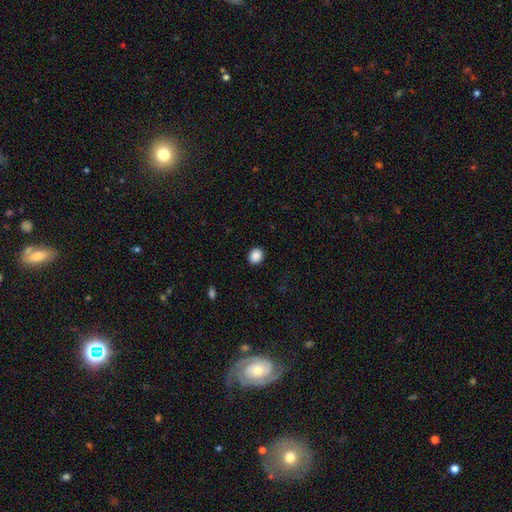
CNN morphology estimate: Q: Smooth or featured?
A: smooth (89%); runner-up: star or artifact (9%)
Q: How rounded?
A: round (68%); runner-up: in between (31%)
Q: Merging?
A: none (91%); runner-up: minor disturbance (6%)